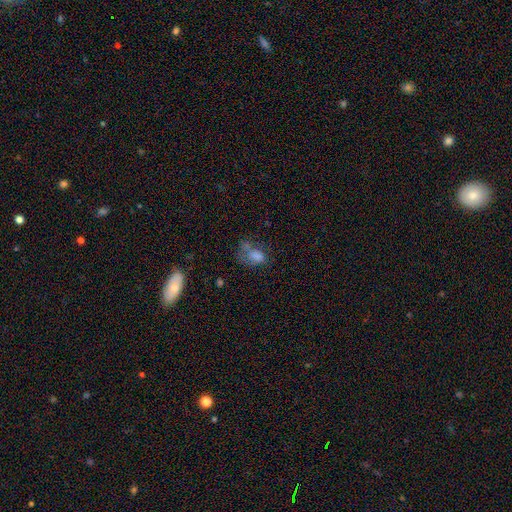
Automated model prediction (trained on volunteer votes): A smooth galaxy with no disk features (60%) that is in between round and cigar-shaped (78%).

Vote fractions:
- Smooth or featured? smooth: 60% / featured or disk: 23% / star or artifact: 17%
- How rounded? in between: 78% / round: 19% / cigar-shaped: 3%
- Merging? none: 34% / major disturbance: 28% / minor disturbance: 22% / merger: 16%